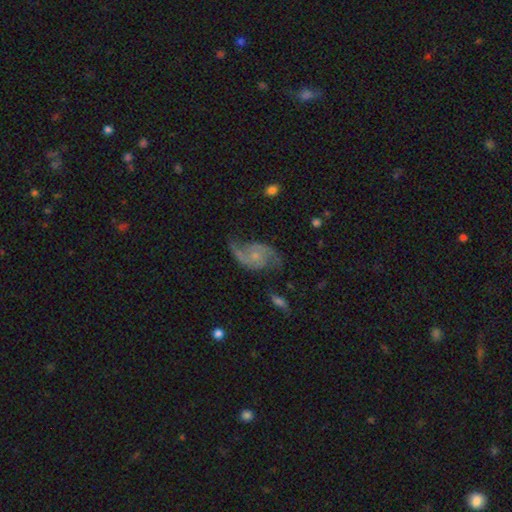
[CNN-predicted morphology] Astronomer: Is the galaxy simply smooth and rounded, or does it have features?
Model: featured or disk — 85%.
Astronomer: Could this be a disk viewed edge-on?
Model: no — 97%.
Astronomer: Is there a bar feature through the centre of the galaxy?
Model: no — 71%.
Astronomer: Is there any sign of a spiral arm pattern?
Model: yes — 95%.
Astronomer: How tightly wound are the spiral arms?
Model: loose — 52% (runner-up: medium, 37%).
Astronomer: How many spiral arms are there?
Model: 2 — 90%.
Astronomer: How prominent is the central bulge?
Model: small — 68%.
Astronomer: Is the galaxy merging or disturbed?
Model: none — 61%.